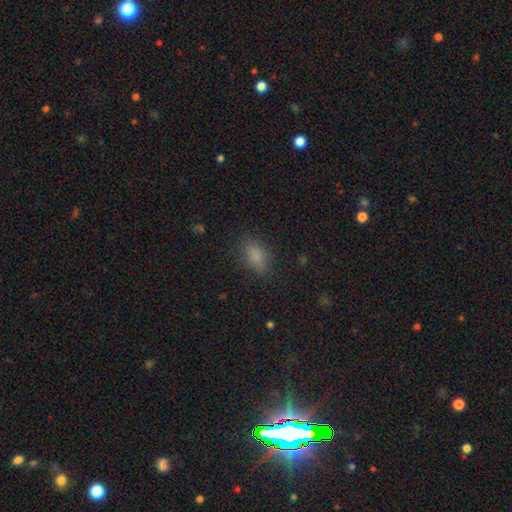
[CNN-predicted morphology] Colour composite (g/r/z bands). It shows a smooth galaxy with no disk features (81%) that is in between round and cigar-shaped (85%). Merging: none (78%).